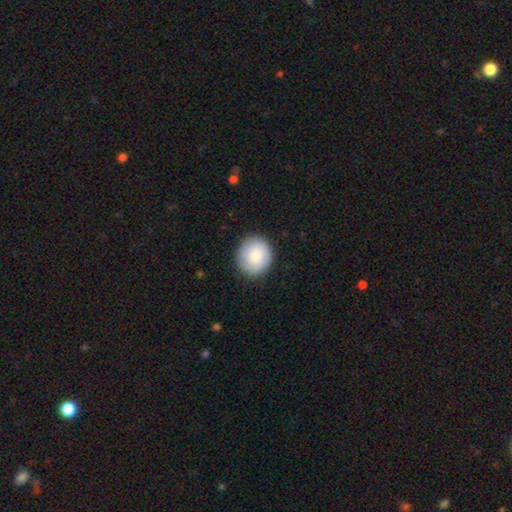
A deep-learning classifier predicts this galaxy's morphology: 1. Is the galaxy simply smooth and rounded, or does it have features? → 85% smooth, 8% featured or disk, 6% star or artifact.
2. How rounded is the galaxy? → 82% round, 17% in between, 1% cigar-shaped.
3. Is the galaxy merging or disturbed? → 88% none, 9% minor disturbance, 2% major disturbance, 1% merger.